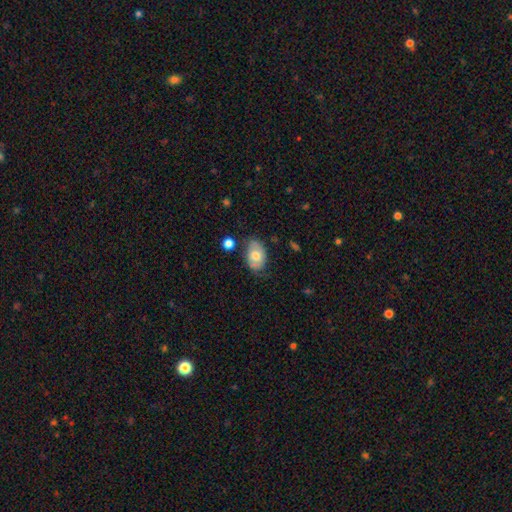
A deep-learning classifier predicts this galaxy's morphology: A smooth galaxy with no disk features (61%) that is in between round and cigar-shaped (86%). Merging: none (63%).